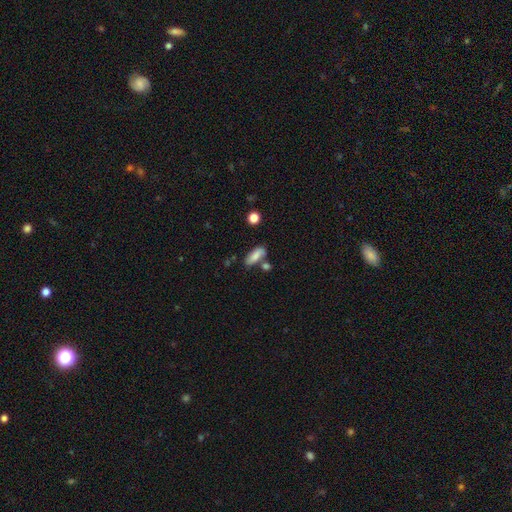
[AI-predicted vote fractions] smooth 79%, featured or disk 13%, star or artifact 8%. Down the decision tree: how rounded — in between (73%); merging — none (59%).